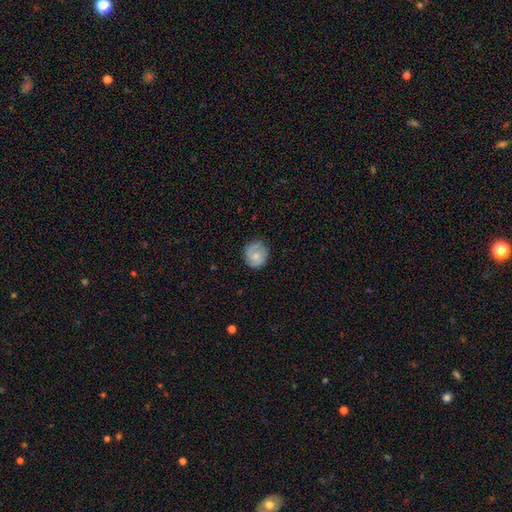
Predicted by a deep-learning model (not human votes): This appears to be a smooth galaxy with no disk features (65%) that is round (88%). Merging: none (77%).